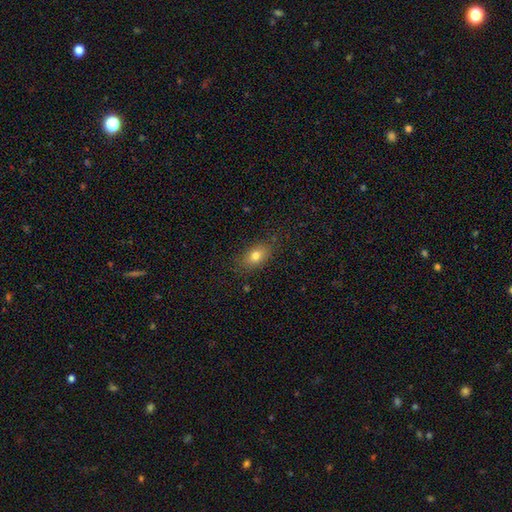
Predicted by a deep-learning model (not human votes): Overall: smooth (78%). How rounded: in between (81%). Merging: none (82%).